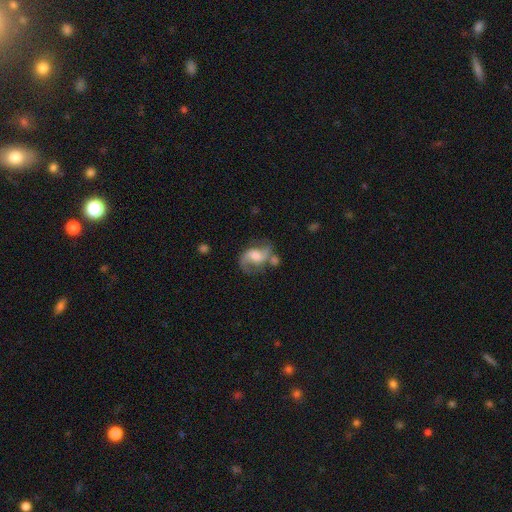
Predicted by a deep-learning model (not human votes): A featured or disk galaxy (75%) with no bar (46%), 2 (86%) loose (56%) spiral arms (92%) and a moderate central bulge (50%). Merging: none (52%).